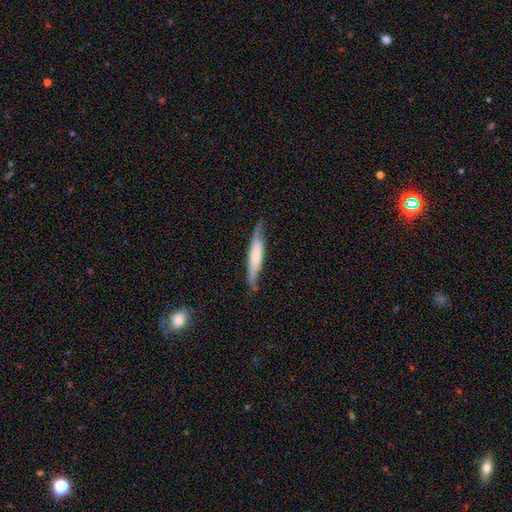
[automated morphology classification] A smooth galaxy with no disk features (49%).

Vote fractions:
- Smooth or featured? smooth: 49% / featured or disk: 45% / star or artifact: 6%
- Merging? none: 69% / minor disturbance: 24% / major disturbance: 6% / merger: 2%